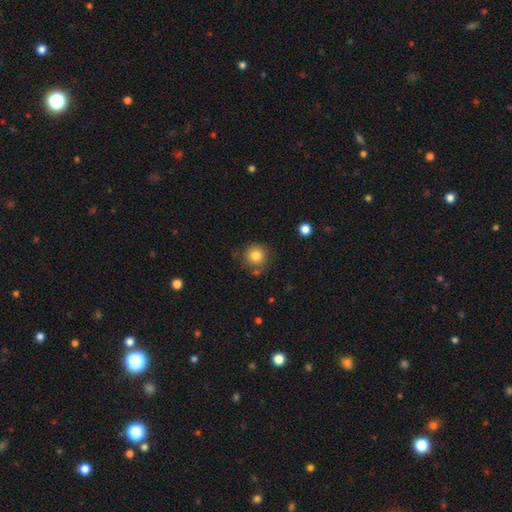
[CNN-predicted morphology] Smooth or featured: smooth — 83% (star or artifact — 10%)
How rounded: round — 93% (in between — 6%)
Merging: none — 79% (minor disturbance — 12%)